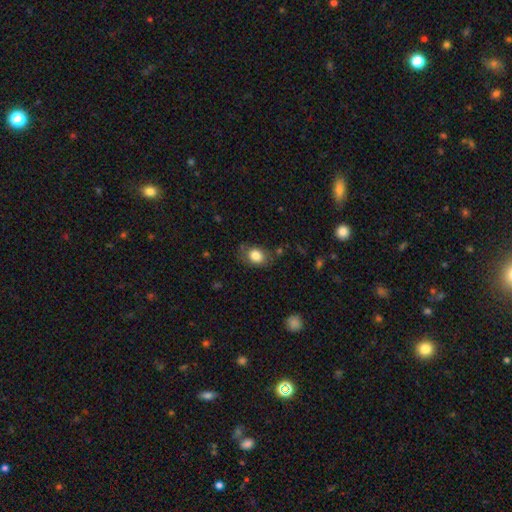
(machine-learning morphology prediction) A smooth galaxy with no disk features (82%) that is in between round and cigar-shaped (63%).

Vote fractions:
- Smooth or featured? smooth: 82% / featured or disk: 9% / star or artifact: 8%
- How rounded? in between: 63% / round: 36% / cigar-shaped: 1%
- Merging? none: 71% / minor disturbance: 20% / major disturbance: 6% / merger: 2%